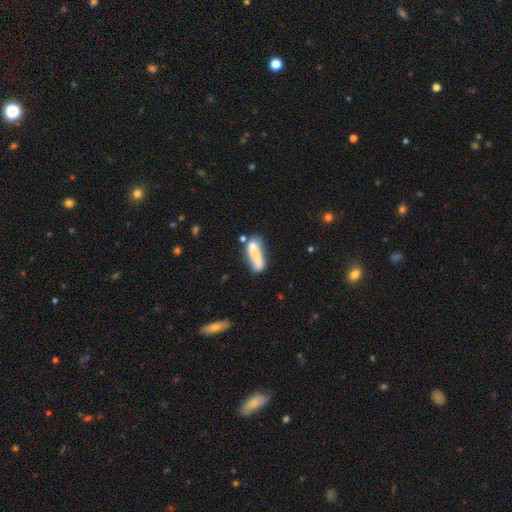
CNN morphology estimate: Smooth or featured? smooth (65%)
How rounded? cigar-shaped (62%)
Merging? none (39%)